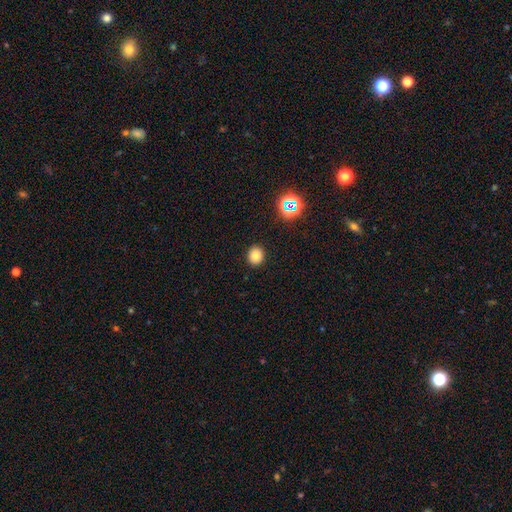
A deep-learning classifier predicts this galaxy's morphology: Smooth or featured?
  - smooth: 80% *
  - star or artifact: 15%
  - featured or disk: 5%
How rounded?
  - round: 79% *
  - in between: 20%
  - cigar-shaped: 1%
Merging?
  - none: 90% *
  - minor disturbance: 6%
  - major disturbance: 2%
  - merger: 1%